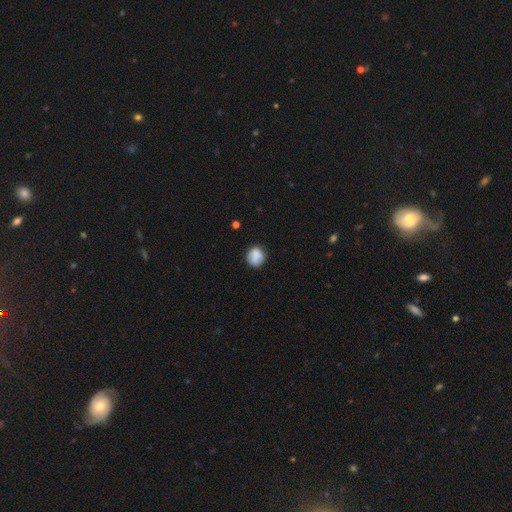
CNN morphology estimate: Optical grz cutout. It shows a smooth galaxy with no disk features (81%) that is round (81%). Merging: none (79%).